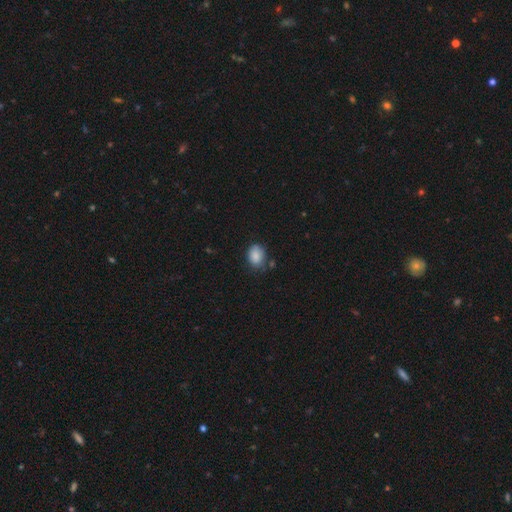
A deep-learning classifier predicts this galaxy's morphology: smooth_or_featured: smooth (p=0.86) [alt: star or artifact p=0.08]
how_rounded: in between (p=0.68) [alt: round p=0.31]
merging: none (p=0.67) [alt: minor disturbance p=0.24]